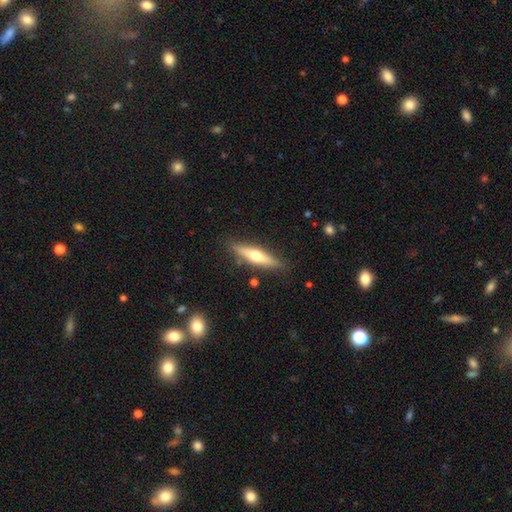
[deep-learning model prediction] Morphology: type=featured or disk (48%); merging=none (87%).